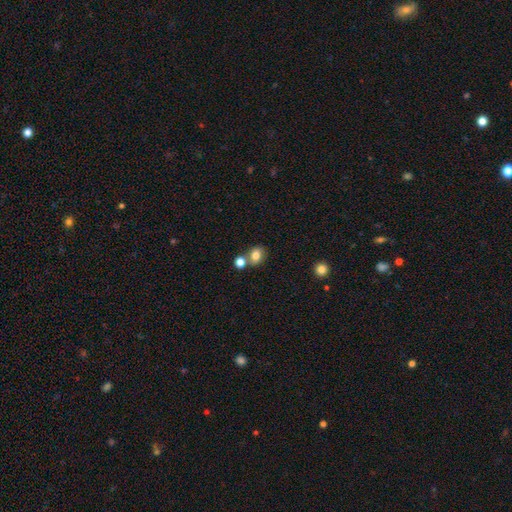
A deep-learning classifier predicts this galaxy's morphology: This is clearly a smooth galaxy (80%). How rounded: possibly round (53%). Merging: possibly none (59%).